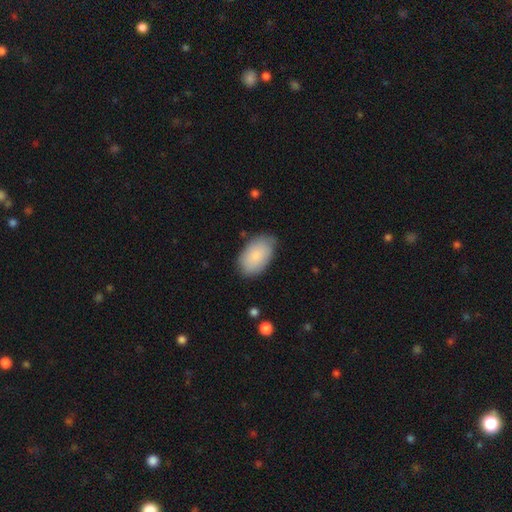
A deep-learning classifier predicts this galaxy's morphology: Smooth or featured: smooth — 84% (featured or disk — 10%)
How rounded: in between — 94% (round — 5%)
Merging: none — 75% (minor disturbance — 20%)